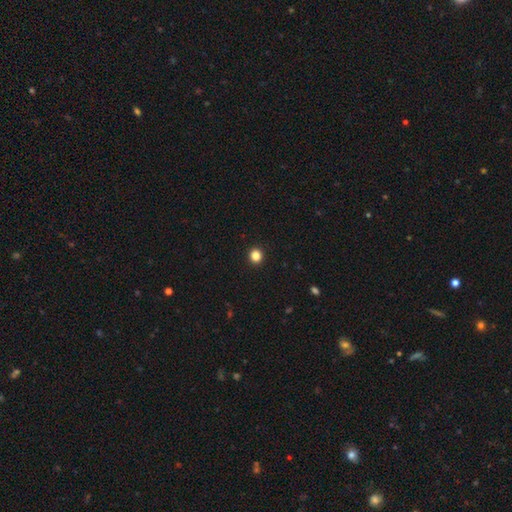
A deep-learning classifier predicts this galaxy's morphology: smooth_or_featured: smooth (p=0.85) [alt: star or artifact p=0.12]
how_rounded: round (p=0.89) [alt: in between p=0.10]
merging: none (p=0.93) [alt: minor disturbance p=0.04]